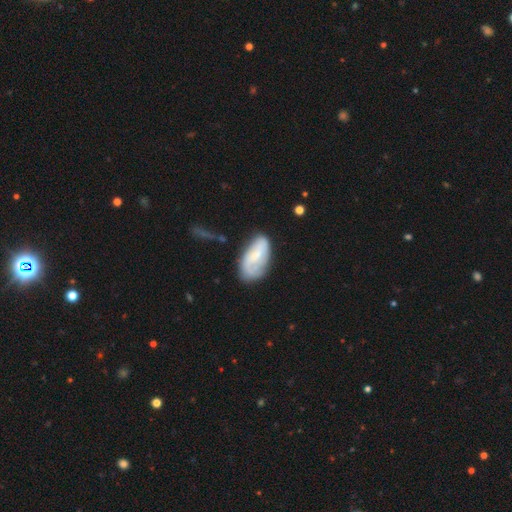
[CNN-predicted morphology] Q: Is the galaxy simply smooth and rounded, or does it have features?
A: smooth — 49%.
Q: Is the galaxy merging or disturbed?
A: none — 62%.